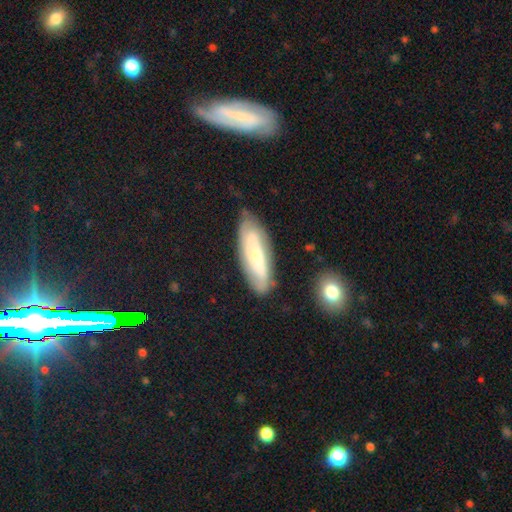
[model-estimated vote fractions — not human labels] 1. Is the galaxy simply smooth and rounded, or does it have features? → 50% featured or disk, 43% smooth, 7% star or artifact.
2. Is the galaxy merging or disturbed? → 73% none, 20% minor disturbance, 5% major disturbance, 3% merger.